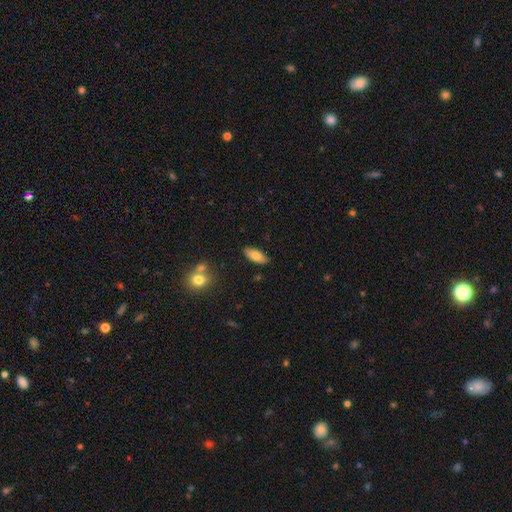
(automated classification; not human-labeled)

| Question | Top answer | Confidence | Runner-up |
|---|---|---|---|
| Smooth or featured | smooth | 80% | featured or disk (12%) |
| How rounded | in between | 83% | cigar-shaped (15%) |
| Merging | none | 85% | minor disturbance (10%) |